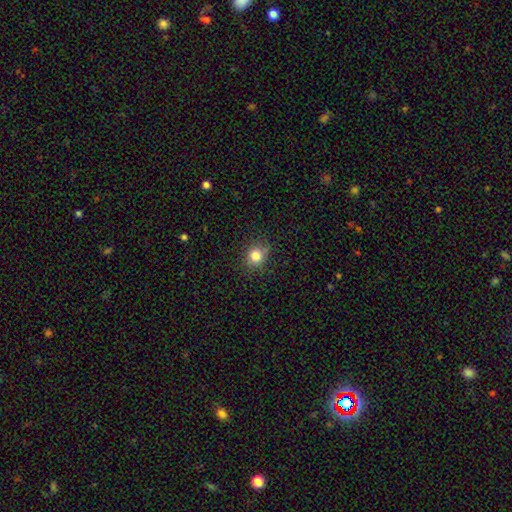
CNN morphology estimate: smooth_or_featured: smooth (p=0.82) [alt: star or artifact p=0.12]
how_rounded: round (p=0.82) [alt: in between p=0.17]
merging: none (p=0.82) [alt: minor disturbance p=0.14]